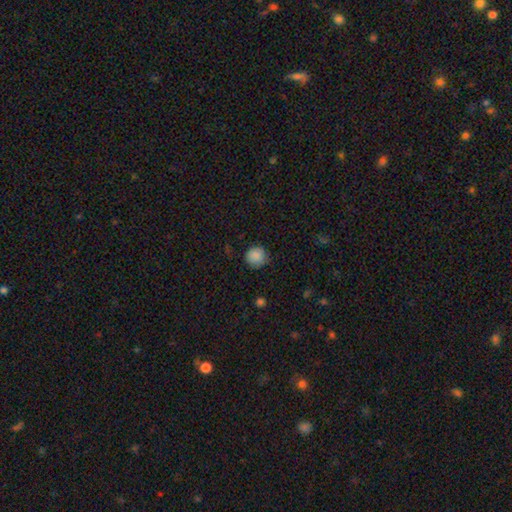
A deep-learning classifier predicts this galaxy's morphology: Smooth or featured? smooth (87%)
How rounded? round (92%)
Merging? none (83%)